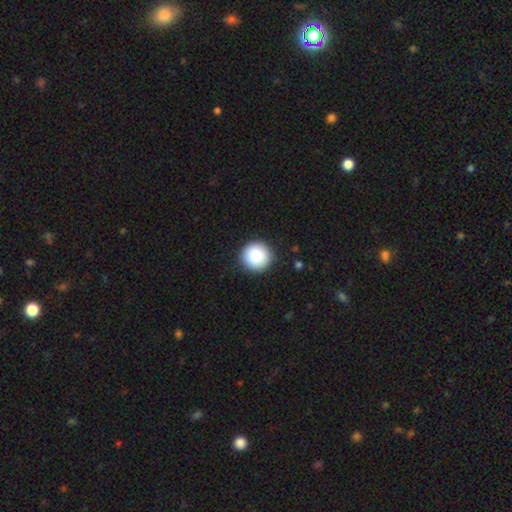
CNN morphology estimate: Smooth or featured? smooth (88%)
How rounded? round (96%)
Merging? none (91%)